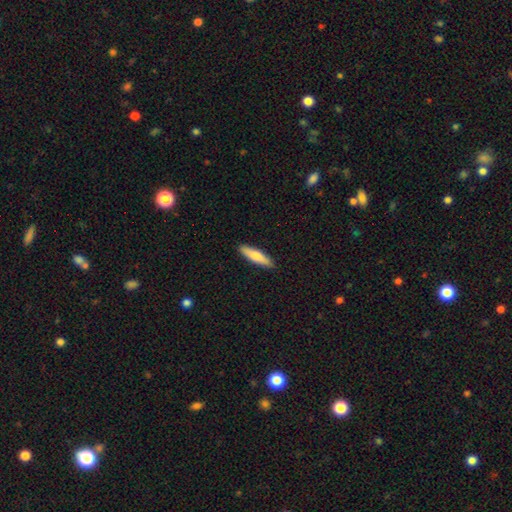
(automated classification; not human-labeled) The model was most divided on "how rounded": cigar-shaped: 72%, in between: 26%, round: 2%. More confident: merging — none (90%); smooth or featured — smooth (71%).